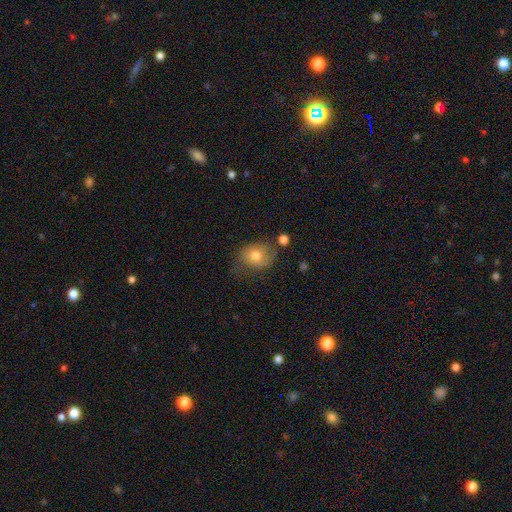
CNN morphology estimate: Q: Smooth or featured?
A: smooth (74%); runner-up: featured or disk (17%)
Q: How rounded?
A: in between (55%); runner-up: round (43%)
Q: Merging?
A: none (54%); runner-up: minor disturbance (29%)